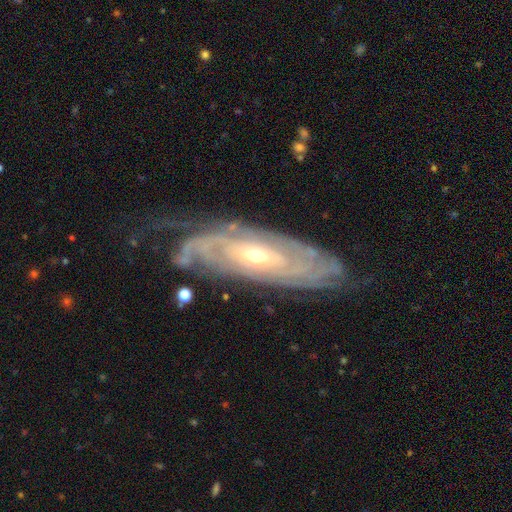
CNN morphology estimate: Q: Smooth or featured?
A: featured or disk (88%); runner-up: smooth (7%)
Q: Edge-on disk?
A: no (86%); runner-up: yes (14%)
Q: Bar?
A: no (51%); runner-up: weak (32%)
Q: Spiral arms?
A: yes (96%); runner-up: no (4%)
Q: Spiral winding?
A: tight (77%); runner-up: medium (18%)
Q: Spiral arm count?
A: can't tell (45%); runner-up: 2 (16%)
Q: Bulge size?
A: small (61%); runner-up: moderate (36%)
Q: Merging?
A: none (67%); runner-up: minor disturbance (22%)